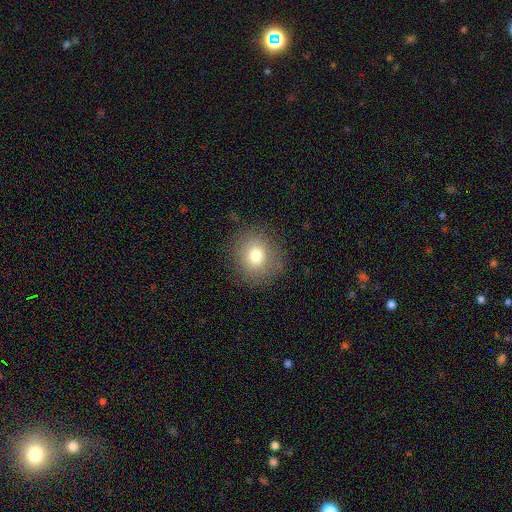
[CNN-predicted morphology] A smooth galaxy with no disk features (75%) that is round (83%). Merging: none (84%).